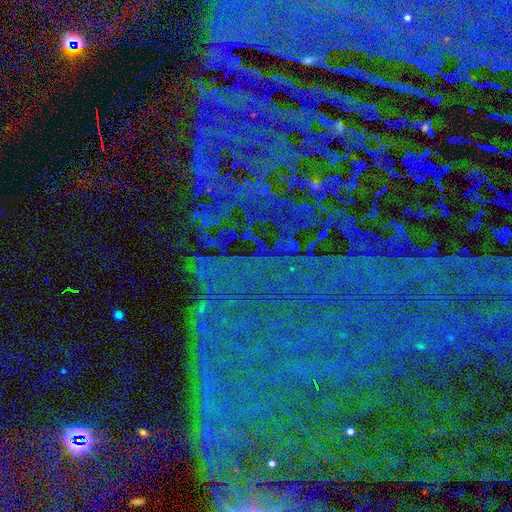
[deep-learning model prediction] This is clearly a star or artifact rather than a galaxy (85%).